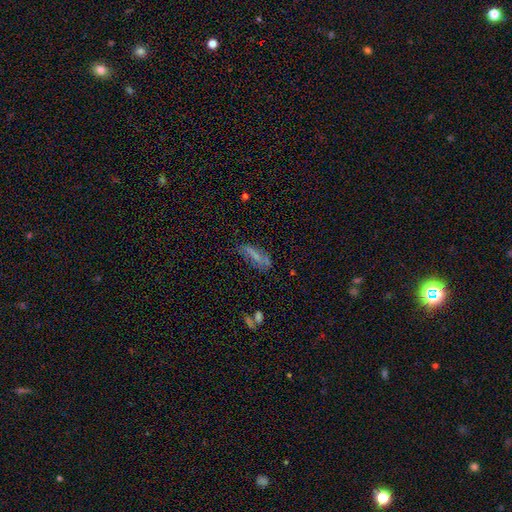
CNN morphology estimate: type=smooth (54%); roundness=in between (49%); merging=none (48%).